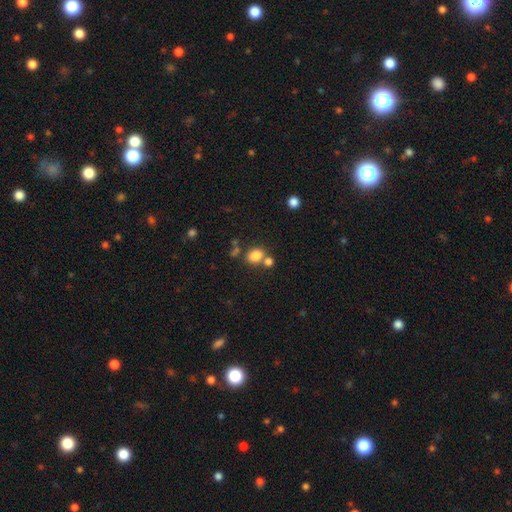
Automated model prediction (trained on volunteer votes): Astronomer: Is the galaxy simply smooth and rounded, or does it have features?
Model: smooth — 82%.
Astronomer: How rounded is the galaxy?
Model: in between — 56% (runner-up: round, 43%).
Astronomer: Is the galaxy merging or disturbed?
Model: none — 55% (runner-up: merger, 30%).